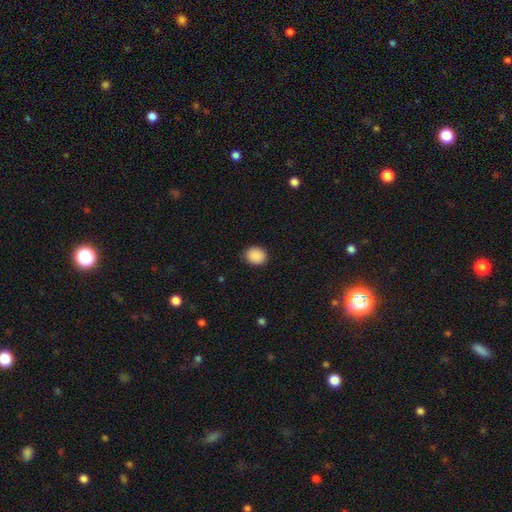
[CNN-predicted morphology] smooth-or-featured: smooth: 90% | star or artifact: 7% | featured or disk: 3%
  how-rounded: round: 57% | in between: 42% | cigar-shaped: 1%
  merging: none: 87% | minor disturbance: 10% | major disturbance: 2% | merger: 1%